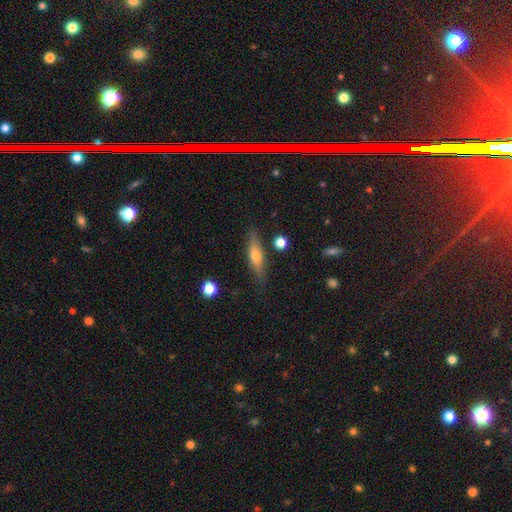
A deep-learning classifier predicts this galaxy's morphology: The model was most divided on "smooth or featured": smooth: 52%, featured or disk: 41%, star or artifact: 7%. More confident: merging — none (83%); how rounded — cigar-shaped (66%).